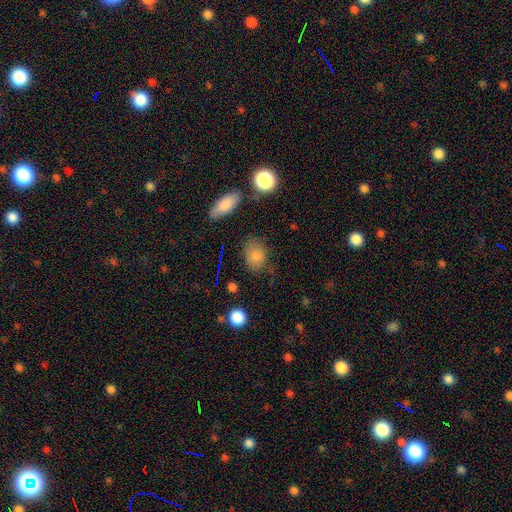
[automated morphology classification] Smooth or featured? Predicted: smooth (p=0.82). How rounded? Predicted: in between (p=0.70). Merging? Predicted: none (p=0.70).